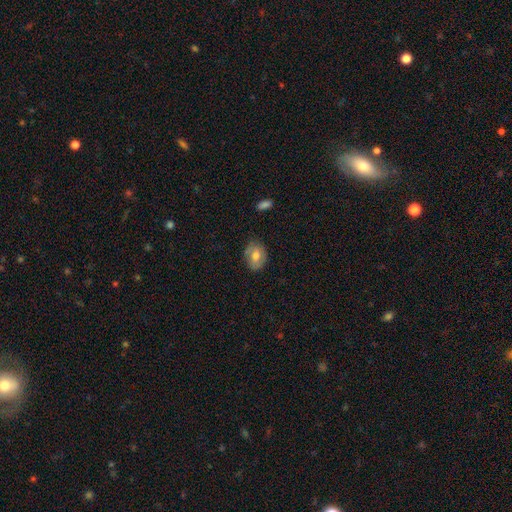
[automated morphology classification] Q: Smooth or featured?
A: smooth (65%); runner-up: featured or disk (27%)
Q: How rounded?
A: in between (73%); runner-up: round (26%)
Q: Merging?
A: none (77%); runner-up: minor disturbance (18%)